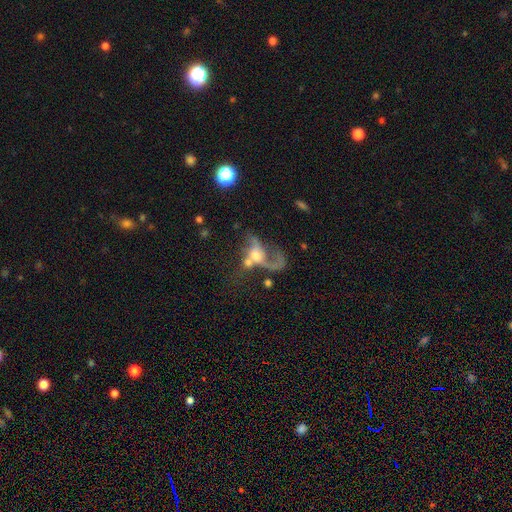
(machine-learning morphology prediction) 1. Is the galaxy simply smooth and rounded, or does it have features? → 65% featured or disk, 25% smooth, 10% star or artifact.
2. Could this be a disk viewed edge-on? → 96% no, 4% yes.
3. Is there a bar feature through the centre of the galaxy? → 71% no, 24% weak, 6% strong.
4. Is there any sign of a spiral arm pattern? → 71% yes, 29% no.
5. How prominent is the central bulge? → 55% moderate, 22% small, 15% large, 6% none, 3% dominant.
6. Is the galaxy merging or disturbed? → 46% merger, 32% major disturbance, 15% none, 8% minor disturbance.